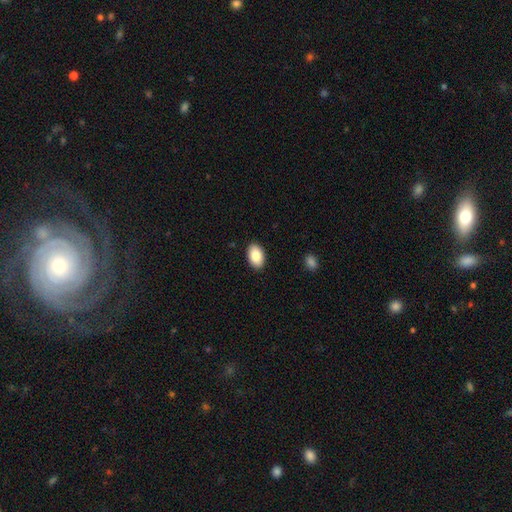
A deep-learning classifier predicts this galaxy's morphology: A smooth galaxy with no disk features (86%) that is in between round and cigar-shaped (93%).

Vote fractions:
- Smooth or featured? smooth: 86% / featured or disk: 8% / star or artifact: 6%
- How rounded? in between: 93% / round: 6% / cigar-shaped: 1%
- Merging? none: 90% / minor disturbance: 7% / major disturbance: 2% / merger: 1%